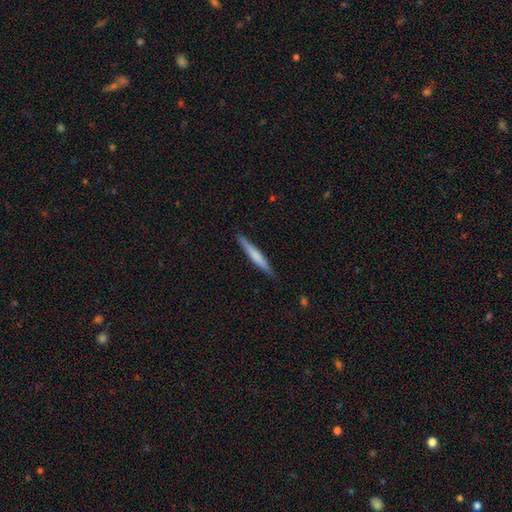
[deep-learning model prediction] Smooth or featured: smooth — 59% (featured or disk — 35%)
How rounded: cigar-shaped — 96% (in between — 3%)
Merging: none — 90% (minor disturbance — 8%)